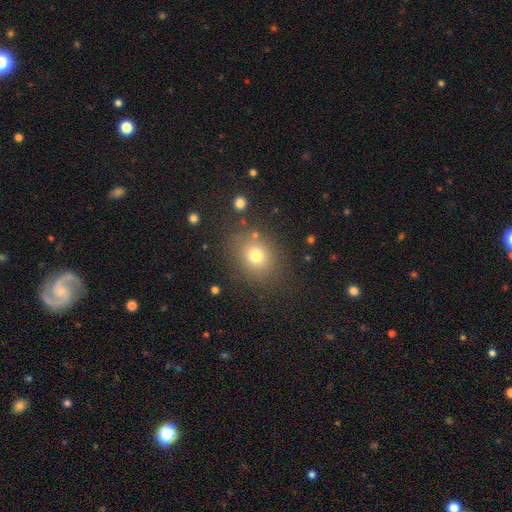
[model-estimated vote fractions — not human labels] smooth 74%, star or artifact 16%, featured or disk 10%. Down the decision tree: how rounded — round (66%); merging — none (80%).